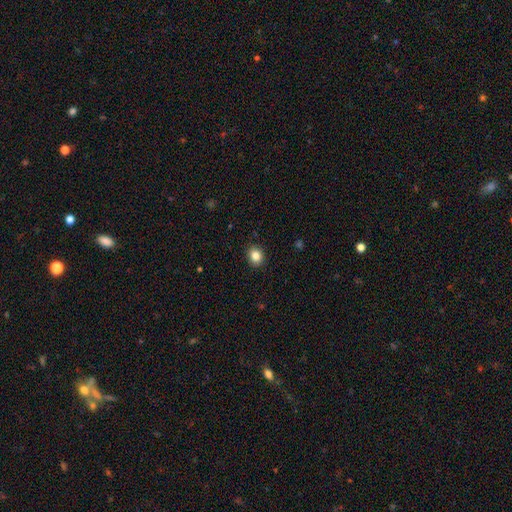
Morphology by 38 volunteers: Smooth or featured?
  - smooth: 82% *
  - featured or disk: 11%
  - star or artifact: 8%
How rounded?
  - round: 74% *
  - in between: 26%
  - cigar-shaped: 0%
Merging?
  - none: 91% *
  - minor disturbance: 6%
  - major disturbance: 3%
  - merger: 0%